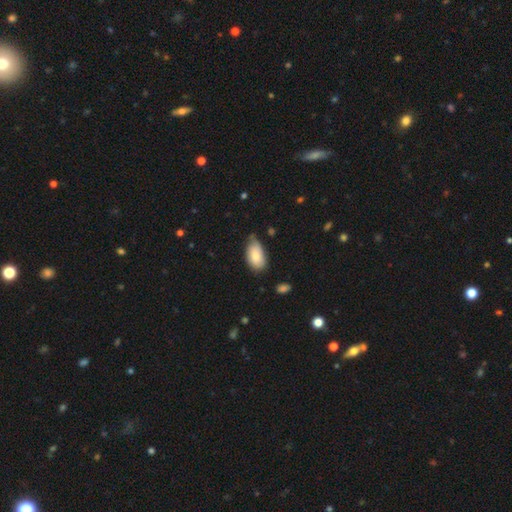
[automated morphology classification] type=smooth (82%); roundness=in between (94%); merging=none (58%).